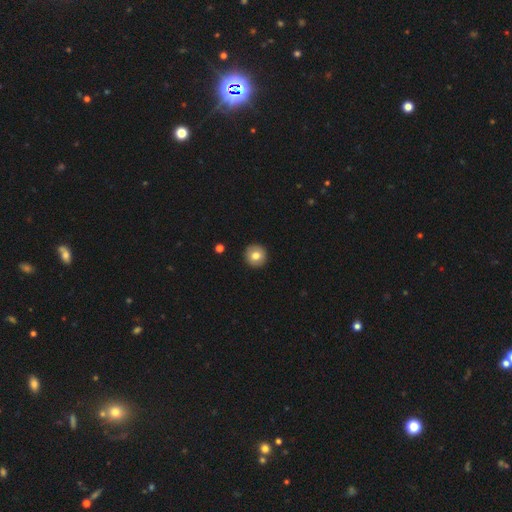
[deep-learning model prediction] Smooth or featured? smooth (78%)
How rounded? round (95%)
Merging? none (93%)